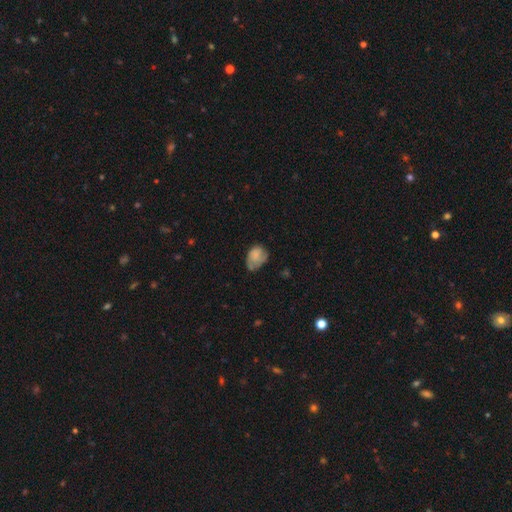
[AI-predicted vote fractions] smooth 69%, featured or disk 22%, star or artifact 9%. Down the decision tree: how rounded — in between (72%); merging — none (42%).